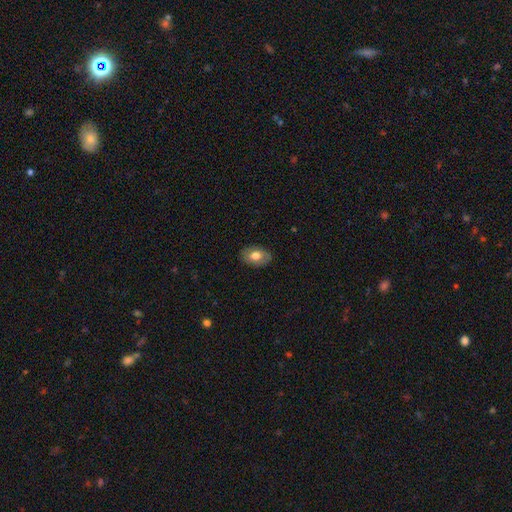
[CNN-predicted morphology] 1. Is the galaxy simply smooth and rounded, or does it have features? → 71% smooth, 22% featured or disk, 7% star or artifact.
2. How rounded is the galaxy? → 85% in between, 14% round, 1% cigar-shaped.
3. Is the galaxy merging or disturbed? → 84% none, 12% minor disturbance, 3% major disturbance, 1% merger.